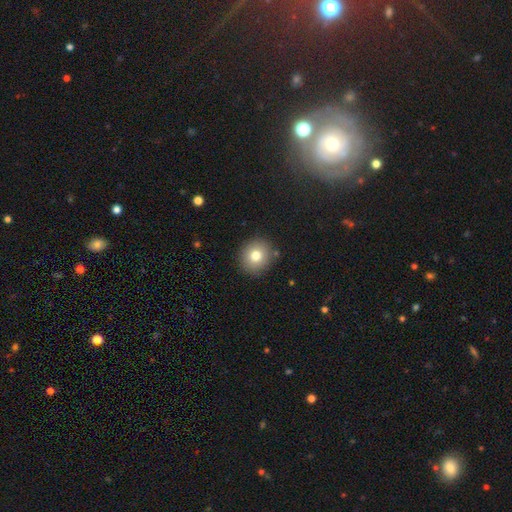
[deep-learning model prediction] Smooth or featured? smooth (77%)
How rounded? round (87%)
Merging? none (87%)